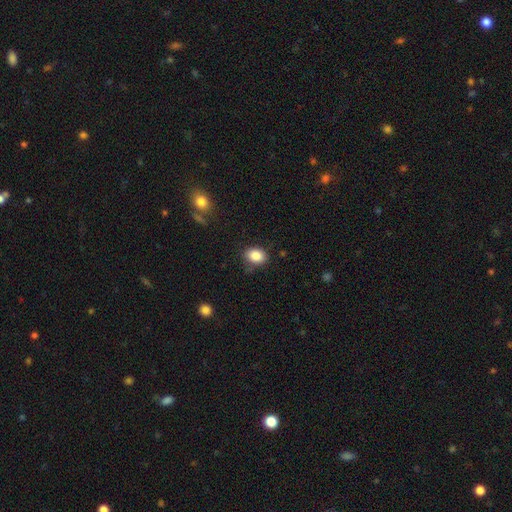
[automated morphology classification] smooth 86%, star or artifact 9%, featured or disk 5%. Down the decision tree: how rounded — in between (68%); merging — none (79%).